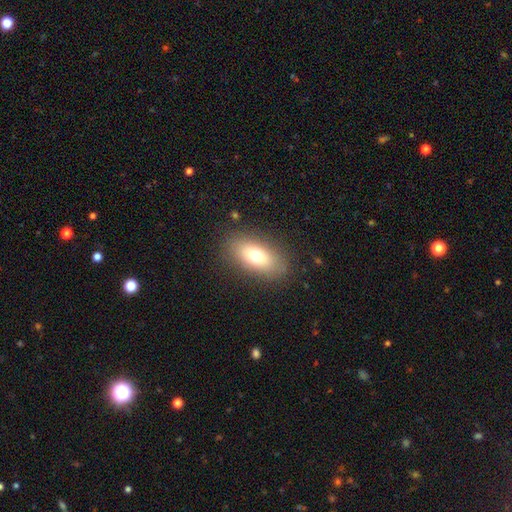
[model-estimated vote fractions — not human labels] smooth-or-featured: smooth: 72% | featured or disk: 18% | star or artifact: 9%
  how-rounded: in between: 86% | cigar-shaped: 7% | round: 7%
  merging: none: 85% | minor disturbance: 10% | major disturbance: 4% | merger: 1%